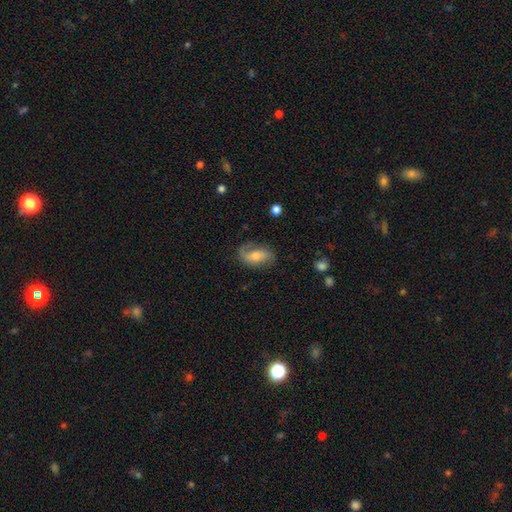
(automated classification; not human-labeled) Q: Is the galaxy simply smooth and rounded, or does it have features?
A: featured or disk — 66%.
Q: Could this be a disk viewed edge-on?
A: no — 94%.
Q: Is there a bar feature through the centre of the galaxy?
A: no — 46%.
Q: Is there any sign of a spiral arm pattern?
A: yes — 89%.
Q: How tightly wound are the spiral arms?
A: loose — 42%.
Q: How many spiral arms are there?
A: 2 — 71%.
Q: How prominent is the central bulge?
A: moderate — 53%.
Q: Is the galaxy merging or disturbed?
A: none — 69%.